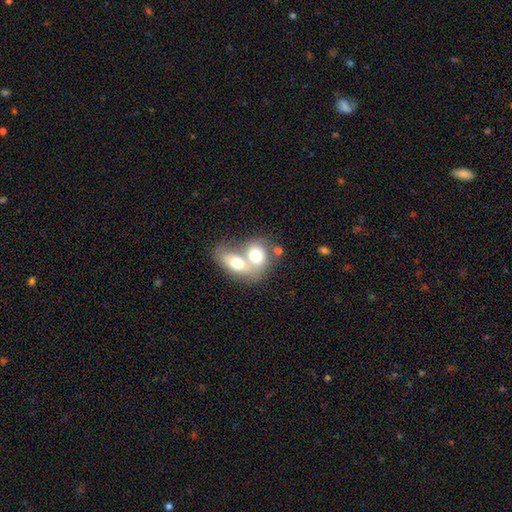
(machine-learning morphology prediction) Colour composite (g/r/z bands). It shows a smooth galaxy with no disk features (66%) that is in between round and cigar-shaped (64%). Merging: merger (74%).